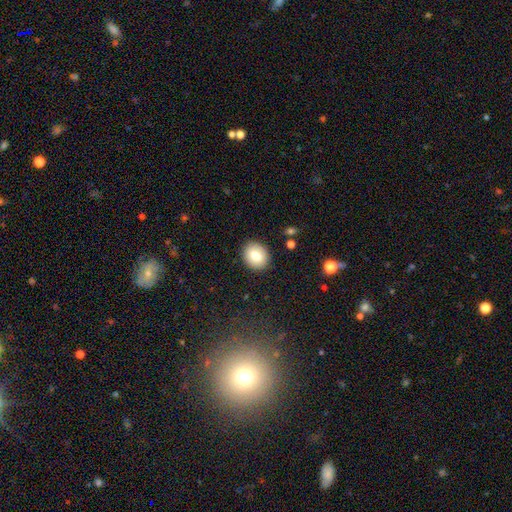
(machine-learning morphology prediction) This is clearly a smooth galaxy (80%). How rounded: likely round (62%). Merging: clearly none (90%).